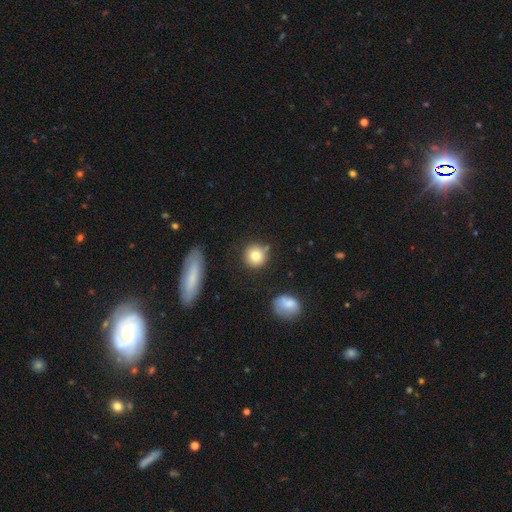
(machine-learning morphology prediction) Smooth or featured? Predicted: smooth (p=0.80). How rounded? Predicted: round (p=0.90). Merging? Predicted: none (p=0.77).